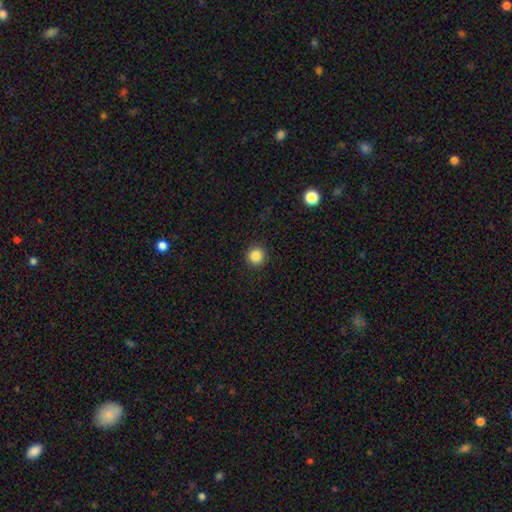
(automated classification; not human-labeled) smooth-or-featured: smooth: 86% | star or artifact: 11% | featured or disk: 4%
  how-rounded: round: 95% | in between: 4% | cigar-shaped: 1%
  merging: none: 93% | minor disturbance: 5% | major disturbance: 2% | merger: 1%